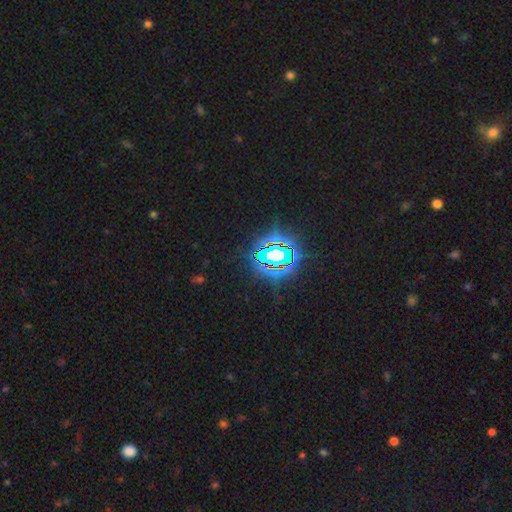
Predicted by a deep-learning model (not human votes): star or artifact 82%, smooth 11%, featured or disk 7%.